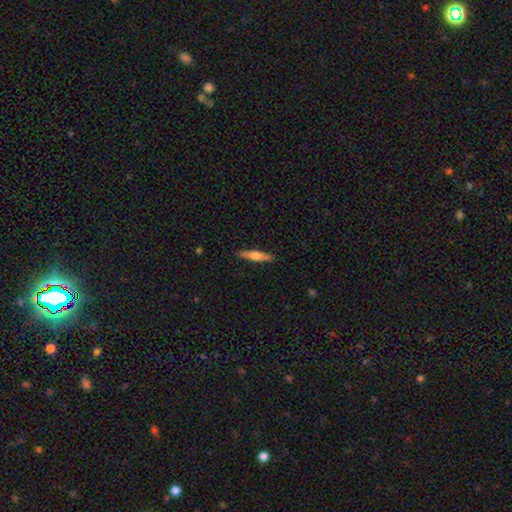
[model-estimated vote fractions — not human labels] Morphology: type=smooth (48%); merging=none (90%).